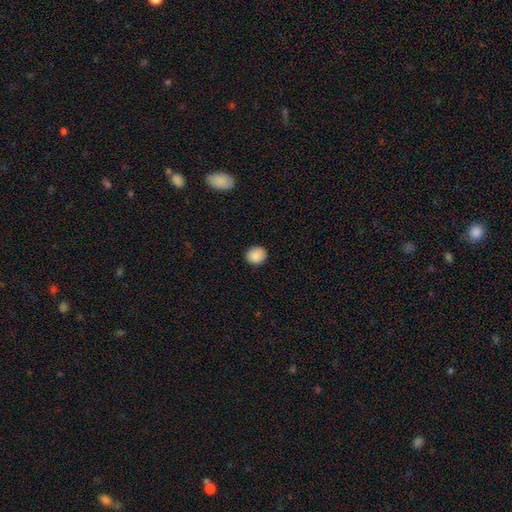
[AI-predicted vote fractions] Smooth or featured? smooth (89%)
How rounded? round (84%)
Merging? none (90%)